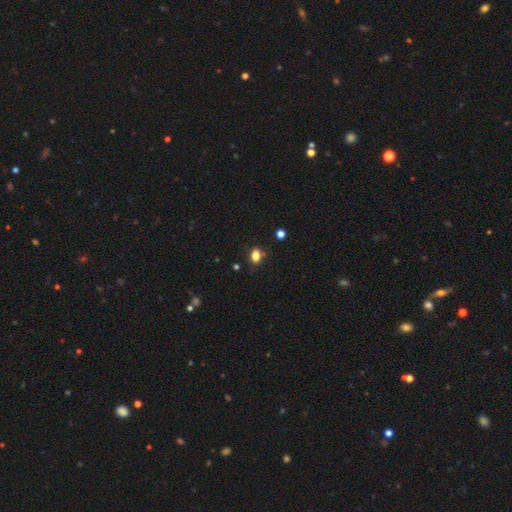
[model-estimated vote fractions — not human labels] smooth-or-featured: smooth: 82% | star or artifact: 12% | featured or disk: 6%
  how-rounded: in between: 75% | round: 23% | cigar-shaped: 2%
  merging: none: 78% | minor disturbance: 15% | merger: 4% | major disturbance: 3%